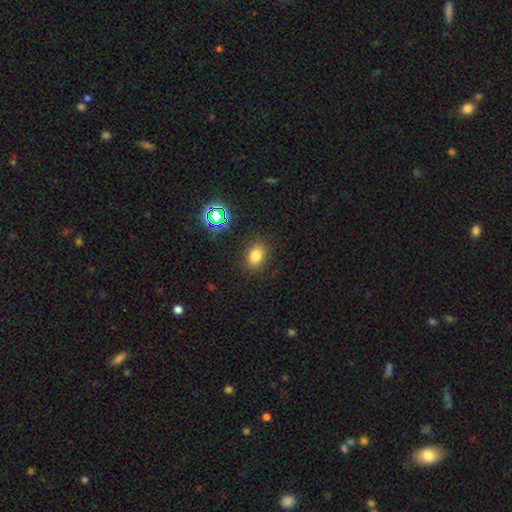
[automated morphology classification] Overall: smooth (77%). How rounded: in between (75%). Merging: none (86%).